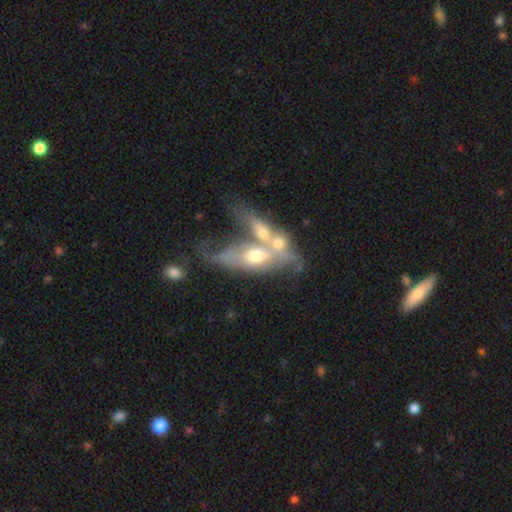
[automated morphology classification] smooth-or-featured: featured or disk: 59% | smooth: 32% | star or artifact: 8%
  disk-edge-on: no: 78% | yes: 22%
  merging: merger: 65% | major disturbance: 14% | none: 12% | minor disturbance: 9%